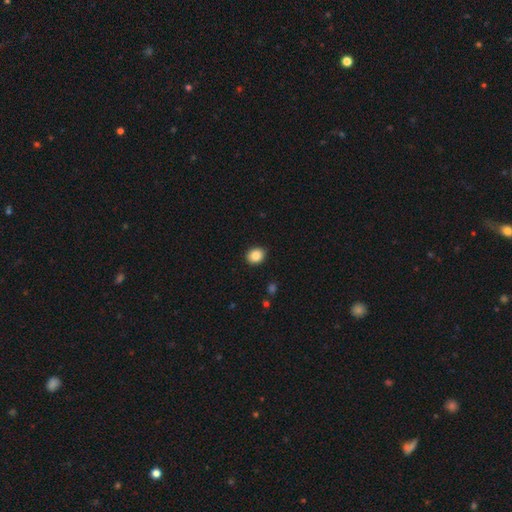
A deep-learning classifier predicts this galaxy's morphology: This is clearly a smooth galaxy (86%). How rounded: possibly round (60%). Merging: clearly none (89%).